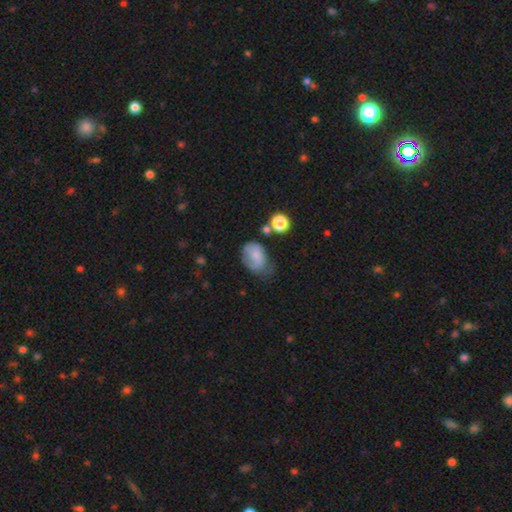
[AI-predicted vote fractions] Smooth or featured? Predicted: smooth (p=0.68). How rounded? Predicted: in between (p=0.76). Merging? Predicted: minor disturbance (p=0.38).